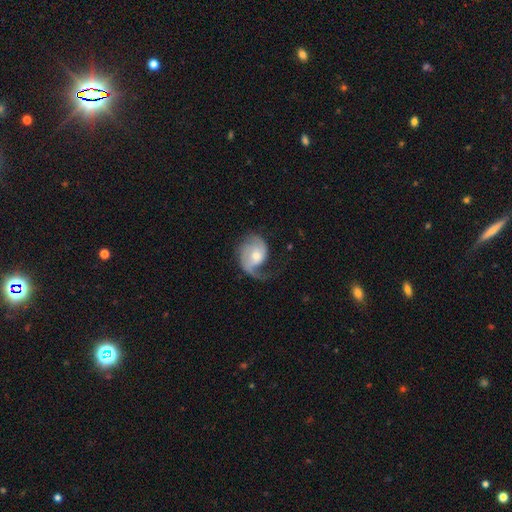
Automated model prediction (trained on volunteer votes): A featured or disk galaxy (73%) with no bar (61%), 1 (48%) loose (46%) spiral arms (91%) and a moderate central bulge (56%).

Vote fractions:
- Smooth or featured? featured or disk: 73% / smooth: 22% / star or artifact: 6%
- Edge-on disk? no: 97% / yes: 3%
- Bar? no: 61% / weak: 33% / strong: 7%
- Spiral arms? yes: 91% / no: 9%
- Spiral winding? loose: 46% / medium: 37% / tight: 17%
- Spiral arm count? 1: 48% / 2: 41% / can't tell: 6% / 3: 2% / 4: 1% / more than 4: 1%
- Bulge size? moderate: 56% / small: 33% / large: 7% / none: 3% / dominant: 1%
- Merging? major disturbance: 40% / none: 35% / minor disturbance: 23% / merger: 2%